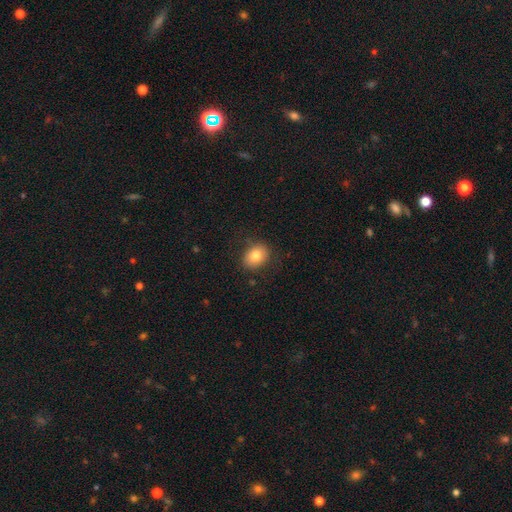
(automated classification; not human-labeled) Morphology: type=smooth (81%); roundness=in between (56%); merging=none (82%).